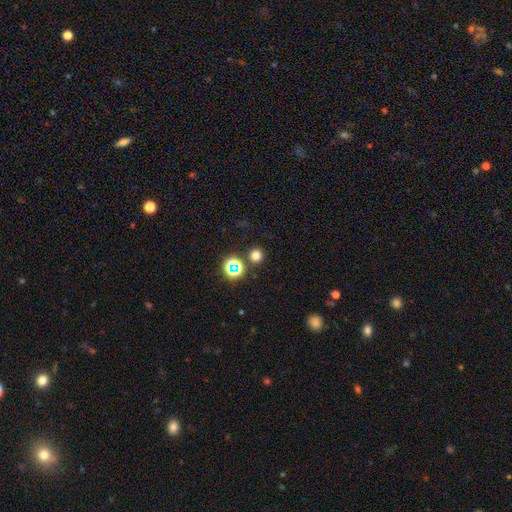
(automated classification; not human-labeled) This appears to be a smooth galaxy with no disk features (72%) that is round (94%). Merging: none (86%).